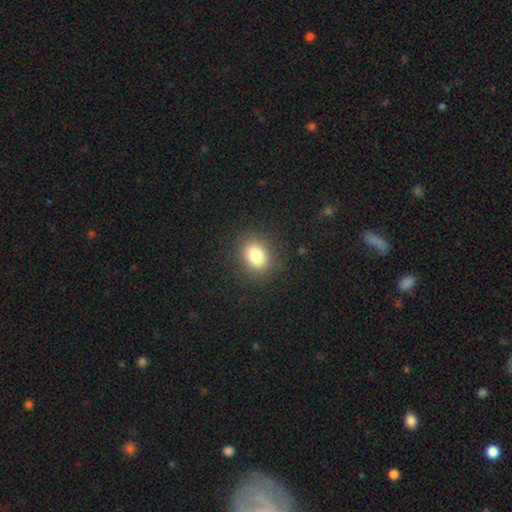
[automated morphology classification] Smooth or featured? smooth (82%)
How rounded? in between (53%)
Merging? none (87%)